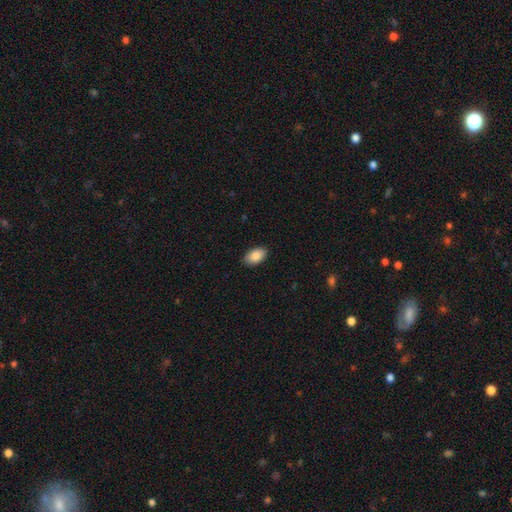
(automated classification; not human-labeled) Smooth or featured: smooth — 88% (star or artifact — 7%)
How rounded: in between — 94% (round — 4%)
Merging: none — 88% (minor disturbance — 9%)